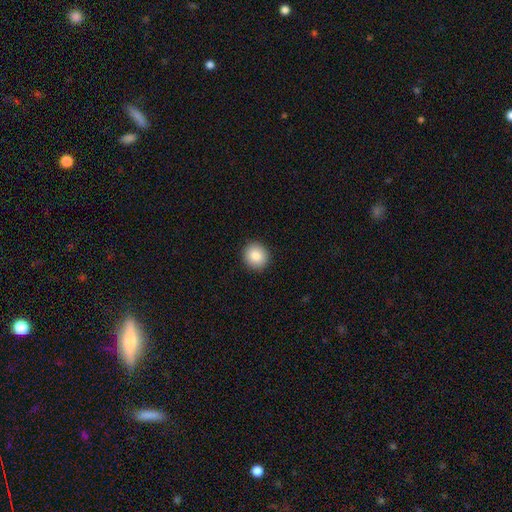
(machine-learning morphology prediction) Smooth or featured?
  - smooth: 86% *
  - star or artifact: 8%
  - featured or disk: 6%
How rounded?
  - round: 87% *
  - in between: 12%
  - cigar-shaped: 1%
Merging?
  - none: 92% *
  - minor disturbance: 6%
  - major disturbance: 2%
  - merger: 1%